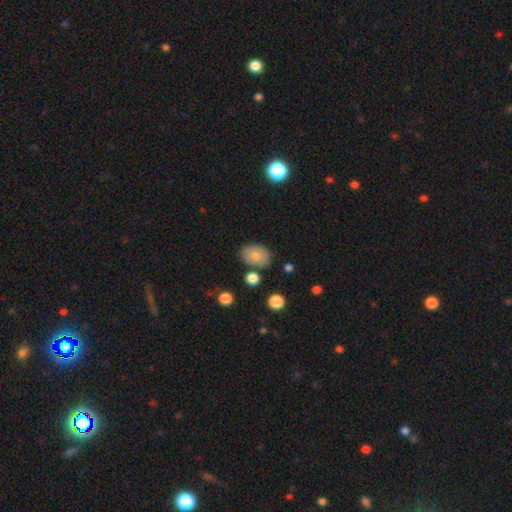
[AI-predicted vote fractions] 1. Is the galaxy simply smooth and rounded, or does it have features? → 75% smooth, 17% featured or disk, 8% star or artifact.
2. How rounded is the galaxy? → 76% in between, 23% round, 1% cigar-shaped.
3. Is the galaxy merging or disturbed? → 75% none, 15% minor disturbance, 6% merger, 4% major disturbance.